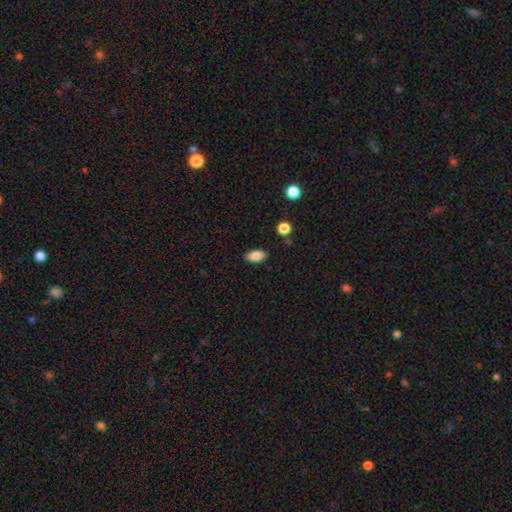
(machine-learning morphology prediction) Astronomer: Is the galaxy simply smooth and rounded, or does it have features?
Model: smooth — 87%.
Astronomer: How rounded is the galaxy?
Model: in between — 91%.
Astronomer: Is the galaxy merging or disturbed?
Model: none — 86%.